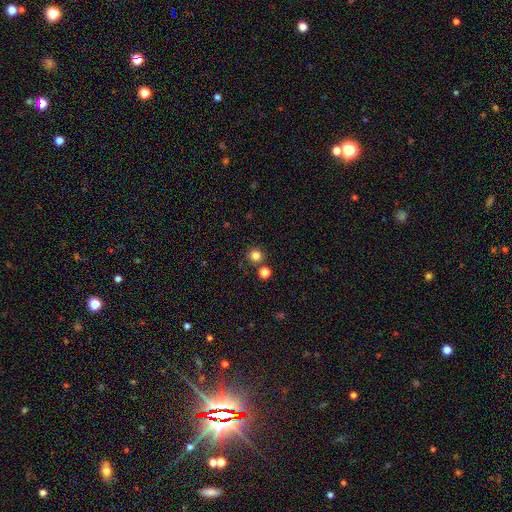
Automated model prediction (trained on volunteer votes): smooth 82%, star or artifact 14%, featured or disk 5%. Down the decision tree: how rounded — round (93%); merging — none (81%).